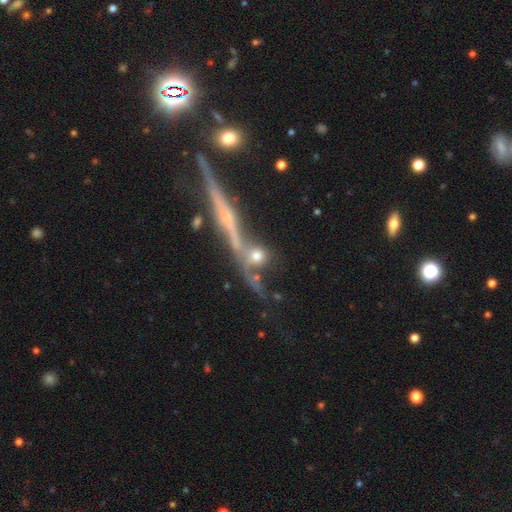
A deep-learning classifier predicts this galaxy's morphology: Smooth or featured?
  - smooth: 44% *
  - featured or disk: 40%
  - star or artifact: 16%
Merging?
  - none: 45% *
  - merger: 32%
  - minor disturbance: 13%
  - major disturbance: 10%